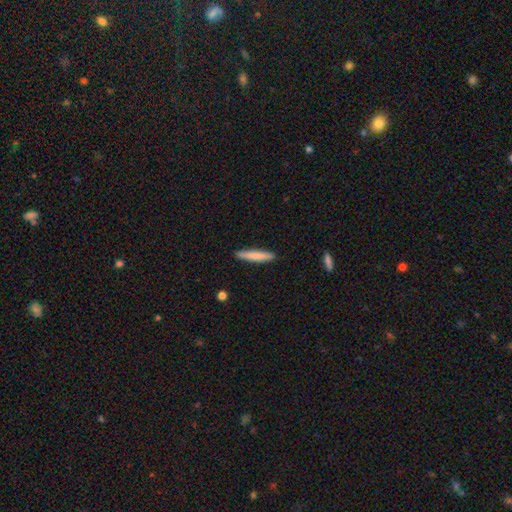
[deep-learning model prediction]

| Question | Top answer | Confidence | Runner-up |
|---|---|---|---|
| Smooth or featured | smooth | 79% | featured or disk (16%) |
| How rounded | cigar-shaped | 93% | in between (6%) |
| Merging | none | 90% | minor disturbance (7%) |